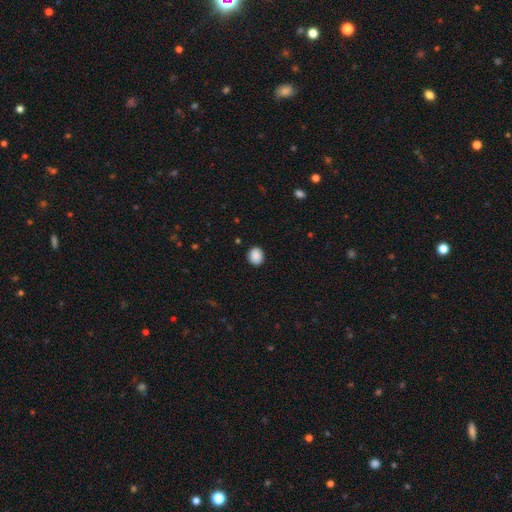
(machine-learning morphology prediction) smooth 89%, star or artifact 8%, featured or disk 3%. Down the decision tree: how rounded — round (67%); merging — none (90%).